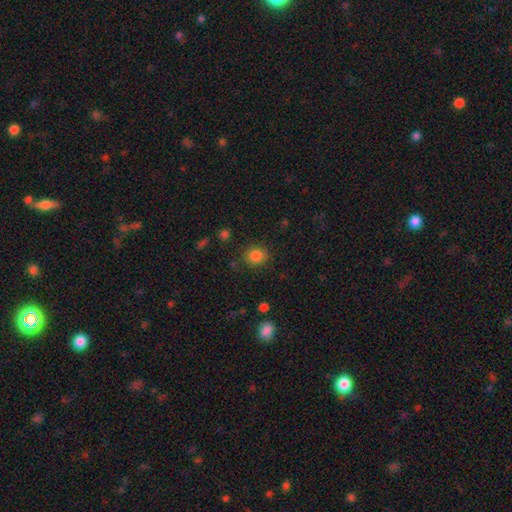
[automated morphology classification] type=smooth (84%); roundness=round (74%); merging=none (83%).